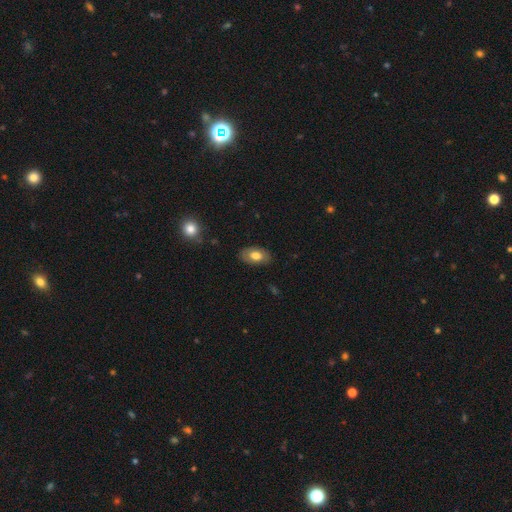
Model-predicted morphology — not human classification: Overall: smooth (70%). How rounded: in between (93%). Merging: none (83%).